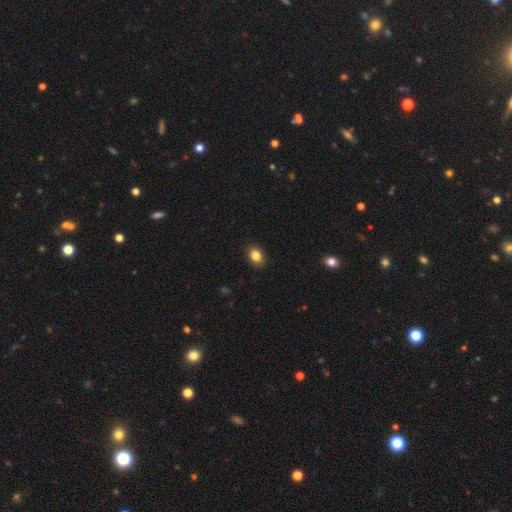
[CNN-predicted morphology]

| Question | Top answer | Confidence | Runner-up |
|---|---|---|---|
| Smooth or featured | smooth | 86% | star or artifact (9%) |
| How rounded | in between | 70% | round (29%) |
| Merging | none | 89% | minor disturbance (8%) |